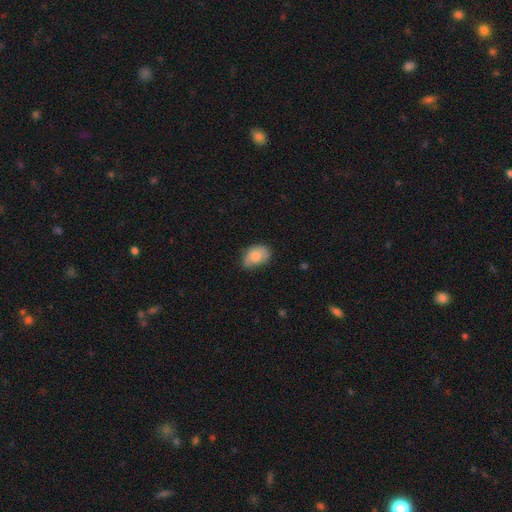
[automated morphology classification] Smooth or featured? Predicted: smooth (p=0.75). How rounded? Predicted: in between (p=0.81). Merging? Predicted: none (p=0.58).